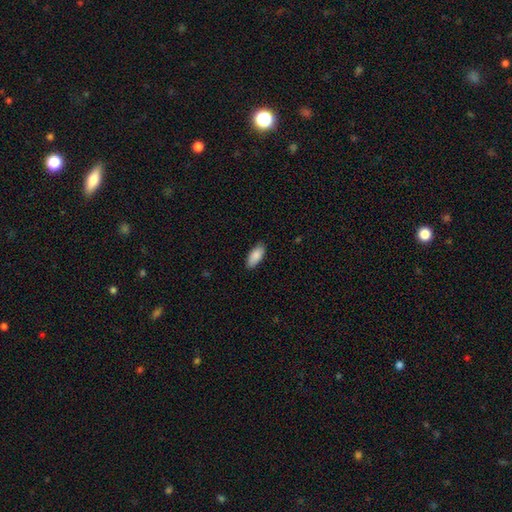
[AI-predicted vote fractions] Smooth or featured? smooth (88%)
How rounded? in between (85%)
Merging? none (87%)